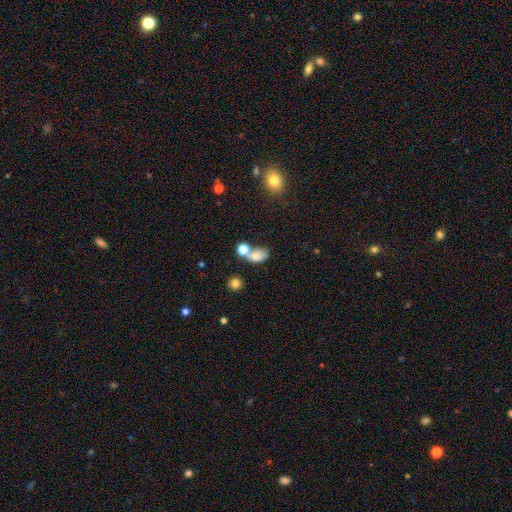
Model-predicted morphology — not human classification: The model was most divided on "merging": merger: 42%, none: 37%, minor disturbance: 13%, major disturbance: 7%. More confident: how rounded — in between (73%); smooth or featured — smooth (69%).